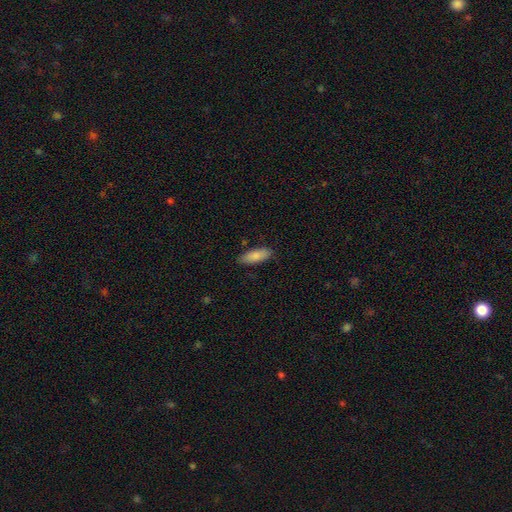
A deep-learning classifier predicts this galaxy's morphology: Smooth or featured? smooth (86%)
How rounded? in between (63%)
Merging? none (85%)